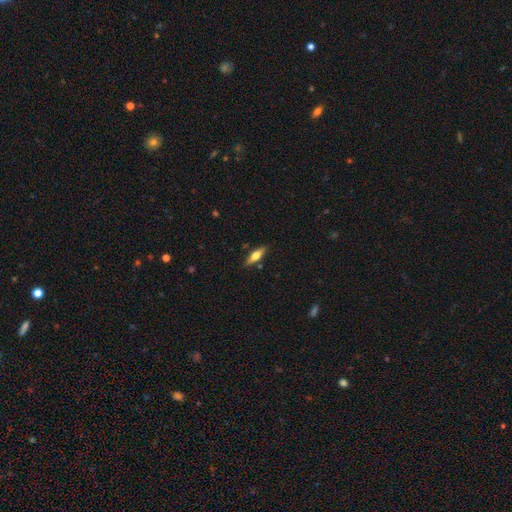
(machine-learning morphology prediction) Smooth or featured: smooth — 56% (featured or disk — 38%)
How rounded: in between — 51% (cigar-shaped — 47%)
Merging: none — 84% (minor disturbance — 11%)